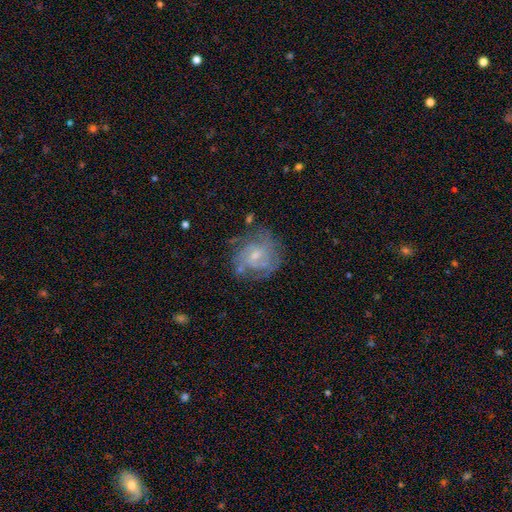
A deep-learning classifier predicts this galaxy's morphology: Smooth or featured? Predicted: featured or disk (p=0.71). Edge-on disk? Predicted: no (p=0.98). Bar? Predicted: no (p=0.54). Spiral arms? Predicted: yes (p=0.79). Spiral winding? Predicted: tight (p=0.48). Spiral arm count? Predicted: can't tell (p=0.44). Bulge size? Predicted: small (p=0.61). Merging? Predicted: none (p=0.60).